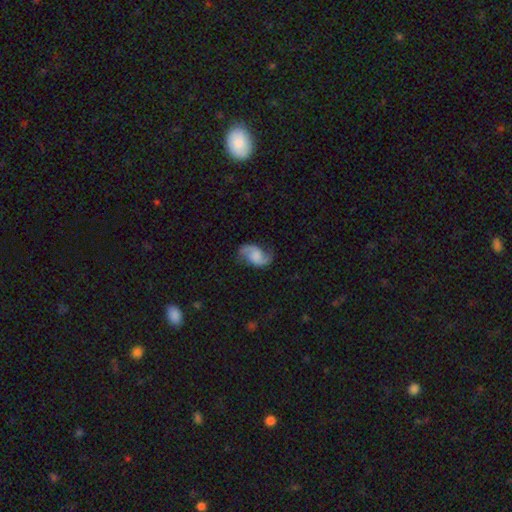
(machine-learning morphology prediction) type=featured or disk (80%); edge-on=no (98%); bar=no (58%); spiral arms=yes (96%); winding=loose (58%); arm count=2 (93%); bulge=none (42%); merging=none (75%).